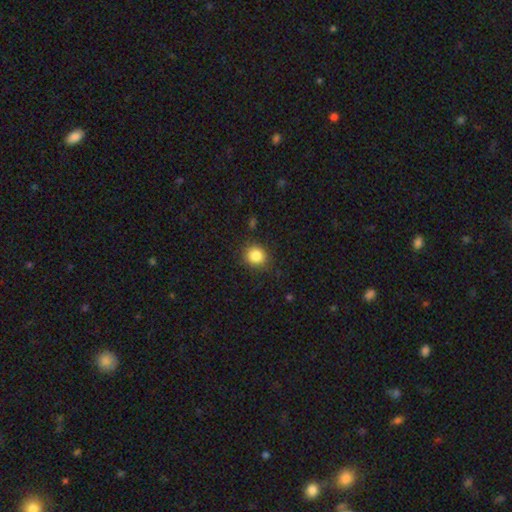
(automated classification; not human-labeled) Morphology: type=smooth (86%); roundness=round (81%); merging=none (86%).